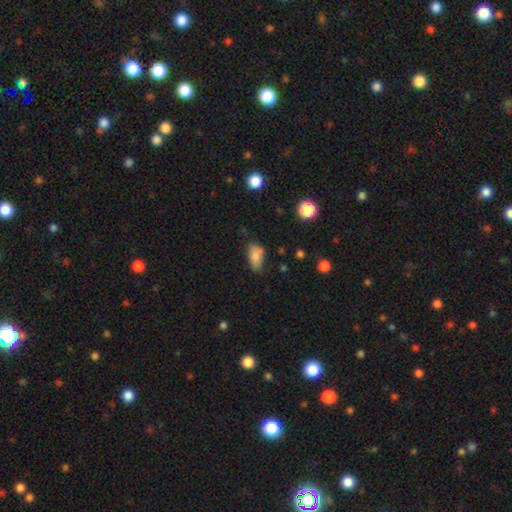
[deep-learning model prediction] smooth-or-featured: smooth: 79% | featured or disk: 12% | star or artifact: 9%
  how-rounded: in between: 88% | round: 6% | cigar-shaped: 6%
  merging: none: 54% | minor disturbance: 30% | merger: 8% | major disturbance: 8%